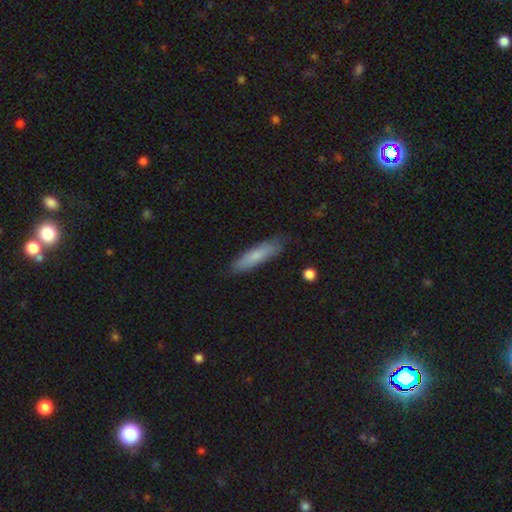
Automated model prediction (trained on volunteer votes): Q: Smooth or featured?
A: smooth (76%); runner-up: featured or disk (18%)
Q: How rounded?
A: cigar-shaped (80%); runner-up: in between (18%)
Q: Merging?
A: none (82%); runner-up: minor disturbance (14%)